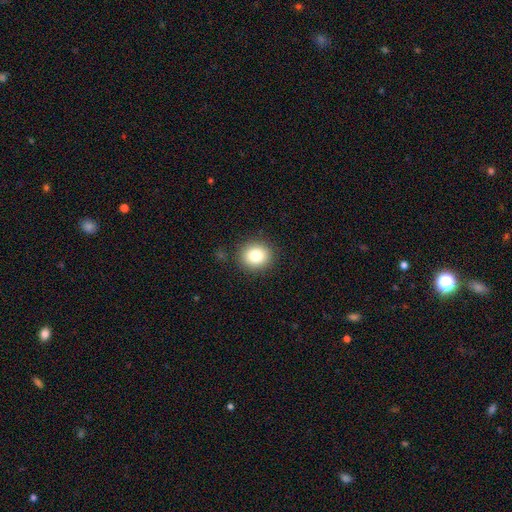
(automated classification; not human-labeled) Morphology: type=smooth (81%); roundness=round (79%); merging=none (89%).